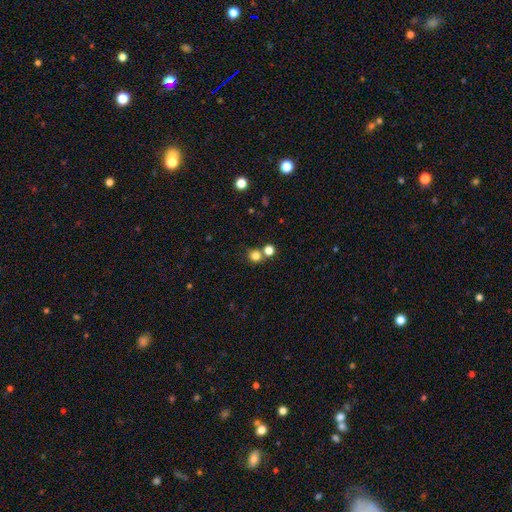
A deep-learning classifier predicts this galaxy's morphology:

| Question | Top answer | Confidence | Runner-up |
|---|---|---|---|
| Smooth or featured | smooth | 79% | star or artifact (15%) |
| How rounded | round | 86% | in between (13%) |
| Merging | none | 62% | merger (26%) |